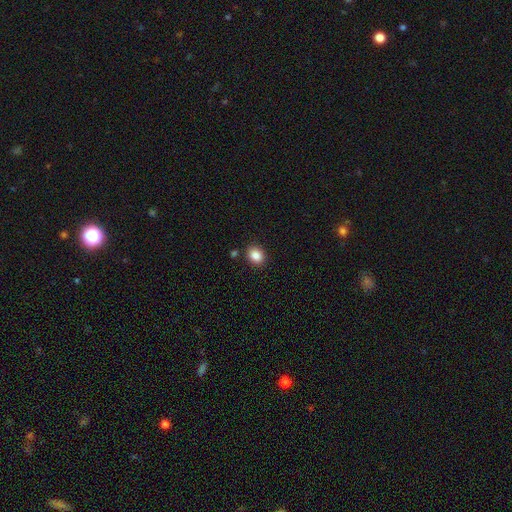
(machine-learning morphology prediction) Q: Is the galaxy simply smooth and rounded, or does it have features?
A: smooth — 86%.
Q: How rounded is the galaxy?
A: round — 56%.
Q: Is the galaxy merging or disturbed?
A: none — 87%.